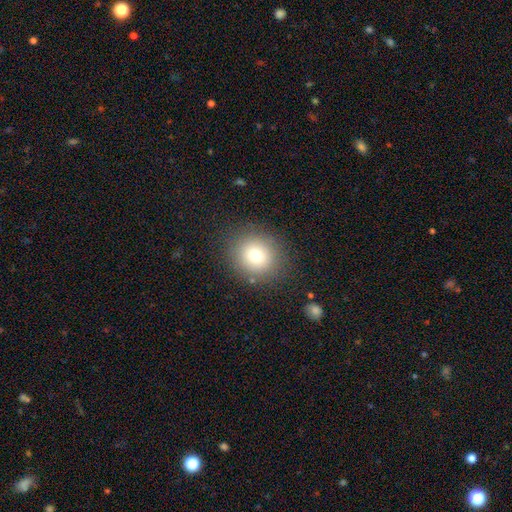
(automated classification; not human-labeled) smooth-or-featured: smooth: 75% | star or artifact: 13% | featured or disk: 12%
  how-rounded: round: 84% | in between: 15% | cigar-shaped: 1%
  merging: none: 85% | minor disturbance: 9% | major disturbance: 4% | merger: 2%